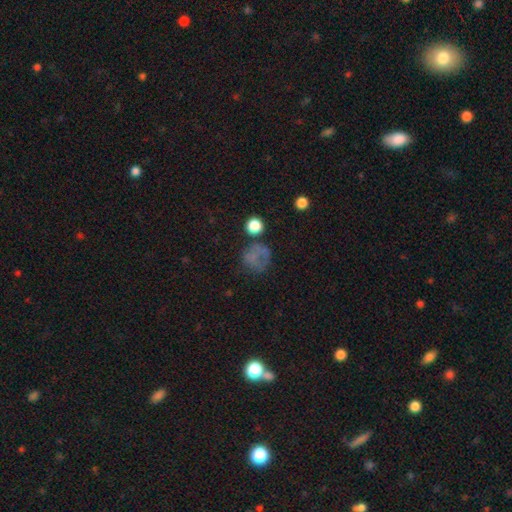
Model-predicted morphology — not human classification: smooth-or-featured: smooth: 61% | star or artifact: 20% | featured or disk: 19%
  how-rounded: round: 79% | in between: 20% | cigar-shaped: 1%
  merging: none: 49% | minor disturbance: 23% | major disturbance: 21% | merger: 8%